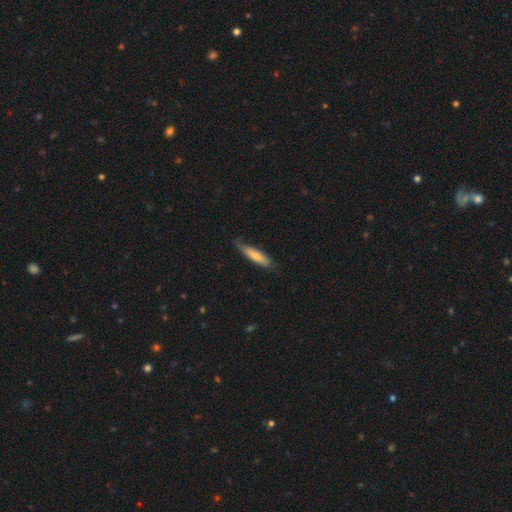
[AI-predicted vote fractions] Overall: smooth (71%). How rounded: cigar-shaped (80%). Merging: none (70%).